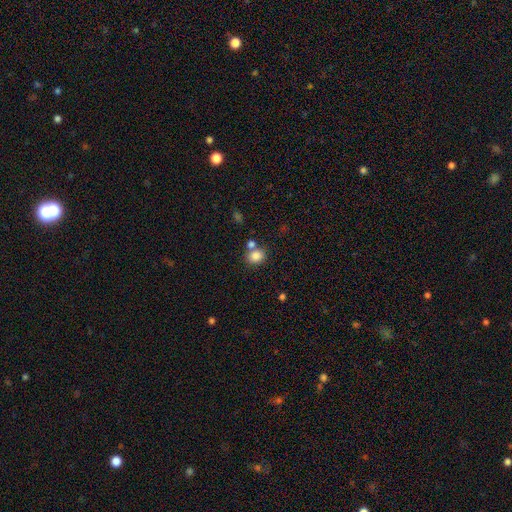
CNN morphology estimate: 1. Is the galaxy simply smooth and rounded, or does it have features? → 83% smooth, 10% star or artifact, 7% featured or disk.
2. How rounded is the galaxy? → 60% round, 39% in between, 1% cigar-shaped.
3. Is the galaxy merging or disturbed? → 61% none, 24% merger, 11% minor disturbance, 4% major disturbance.